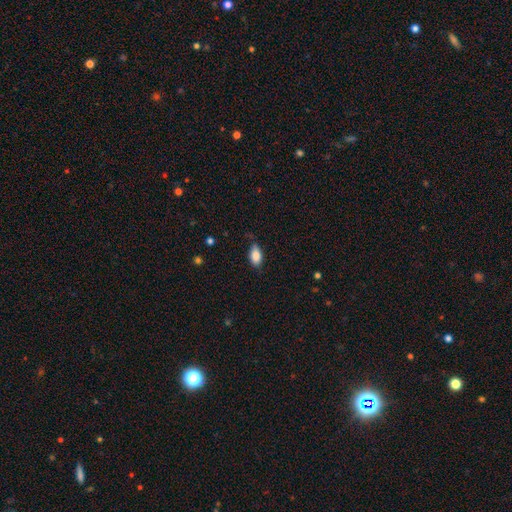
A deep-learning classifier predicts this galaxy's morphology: This is clearly a smooth galaxy (85%). How rounded: clearly in between (91%). Merging: likely none (75%).